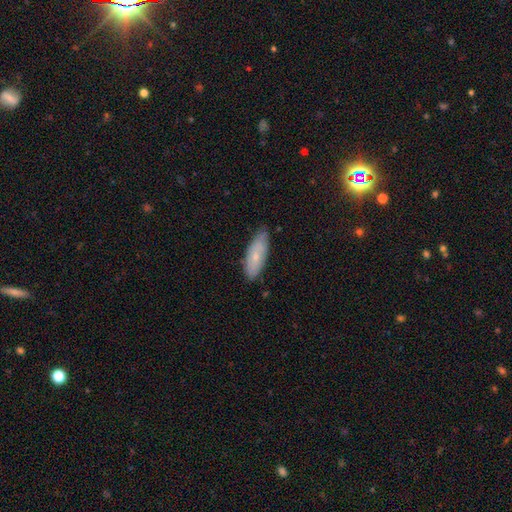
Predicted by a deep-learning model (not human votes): Smooth or featured? smooth (64%)
How rounded? in between (66%)
Merging? none (76%)